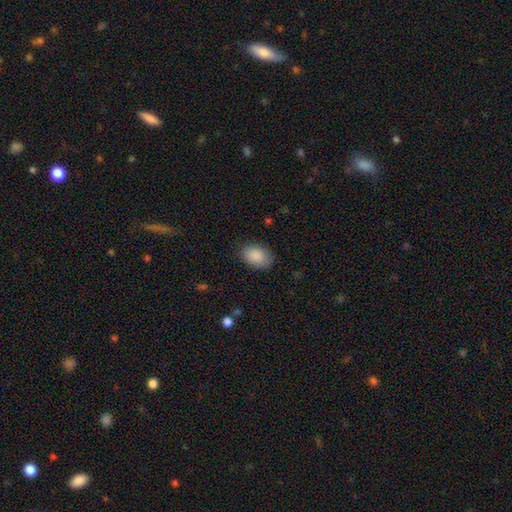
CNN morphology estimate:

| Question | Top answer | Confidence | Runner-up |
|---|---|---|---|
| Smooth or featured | smooth | 89% | star or artifact (7%) |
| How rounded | in between | 85% | round (14%) |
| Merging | none | 83% | minor disturbance (13%) |